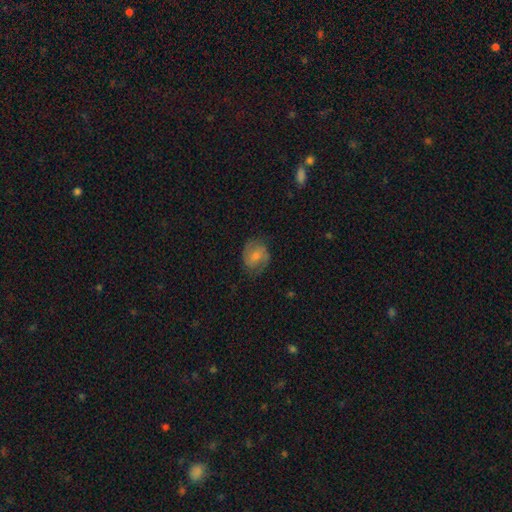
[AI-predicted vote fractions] A featured or disk galaxy (54%) with no bar (49%), spiral arms (86%) and a small central bulge (45%). Merging: none (70%).